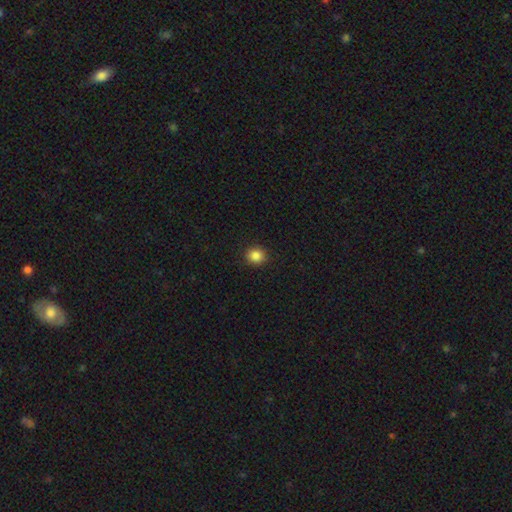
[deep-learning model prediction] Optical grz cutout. It shows a smooth galaxy with no disk features (85%) that is round (84%). Merging: none (90%).